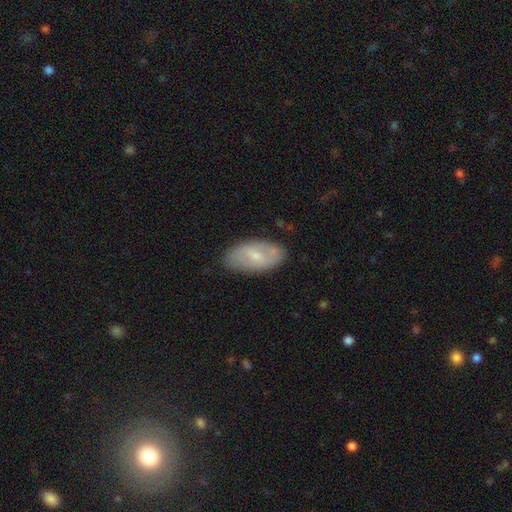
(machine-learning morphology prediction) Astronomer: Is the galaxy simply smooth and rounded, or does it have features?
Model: smooth — 51% (runner-up: featured or disk, 43%).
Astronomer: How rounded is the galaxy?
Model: in between — 92%.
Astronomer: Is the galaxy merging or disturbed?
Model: none — 80%.